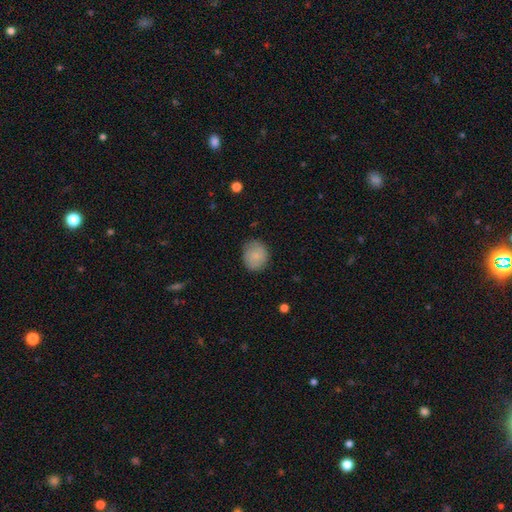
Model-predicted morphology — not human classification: smooth 80%, featured or disk 13%, star or artifact 7%. Down the decision tree: how rounded — round (75%); merging — none (80%).